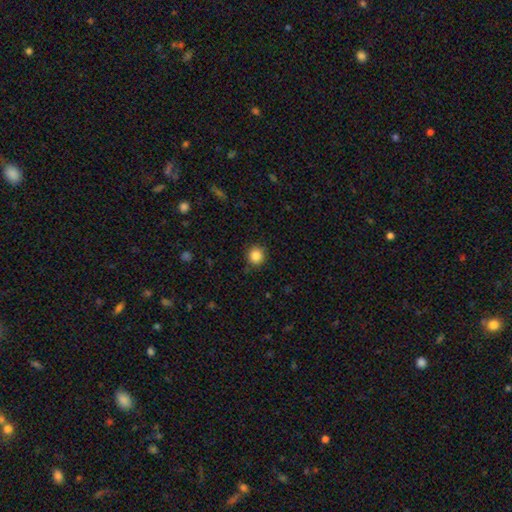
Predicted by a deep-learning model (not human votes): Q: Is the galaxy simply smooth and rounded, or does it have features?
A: smooth — 86%.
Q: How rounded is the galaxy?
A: round — 92%.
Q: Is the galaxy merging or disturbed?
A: none — 90%.